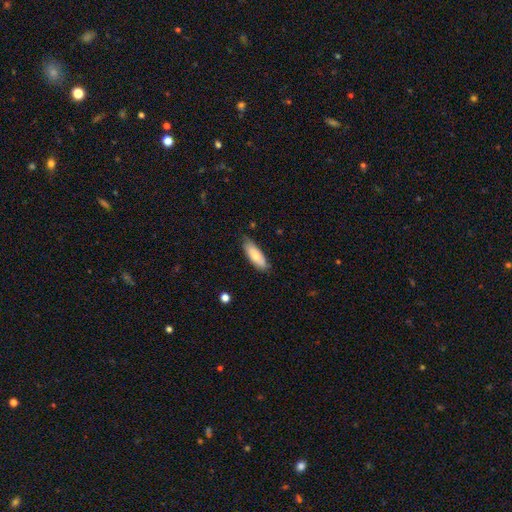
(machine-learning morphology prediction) type=smooth (76%); roundness=in between (67%); merging=none (73%).